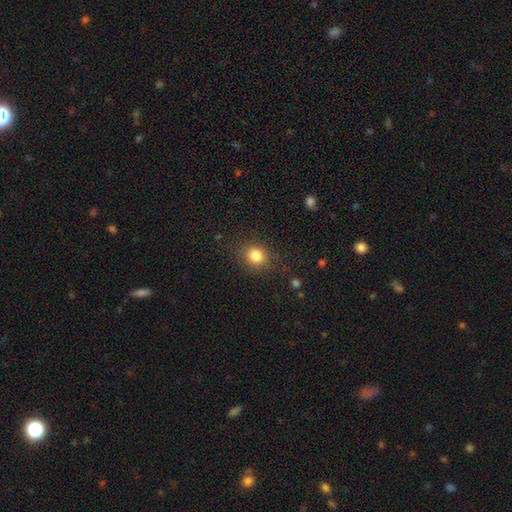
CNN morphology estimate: A smooth galaxy with no disk features (83%) that is round (72%). Merging: none (83%).